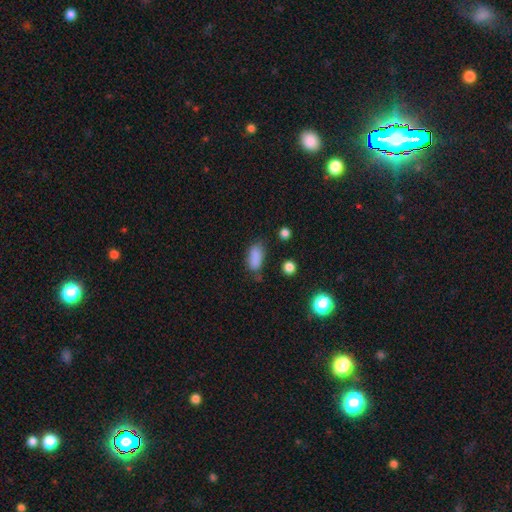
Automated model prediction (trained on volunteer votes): This is clearly a smooth galaxy (84%). How rounded: clearly in between (87%). Merging: likely none (63%).